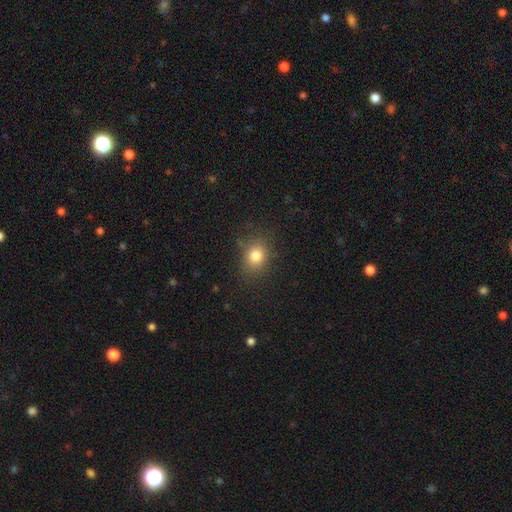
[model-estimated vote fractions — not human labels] A smooth galaxy with no disk features (80%) that is round (63%).

Vote fractions:
- Smooth or featured? smooth: 80% / star or artifact: 13% / featured or disk: 7%
- How rounded? round: 63% / in between: 36% / cigar-shaped: 1%
- Merging? none: 80% / minor disturbance: 14% / major disturbance: 5% / merger: 2%